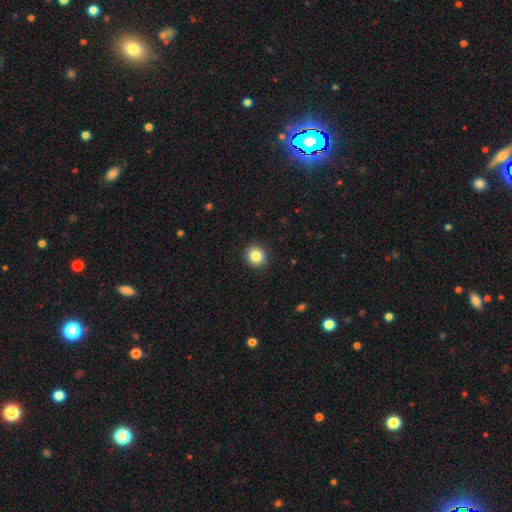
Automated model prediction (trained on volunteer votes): smooth 86%, star or artifact 9%, featured or disk 5%. Down the decision tree: how rounded — round (88%); merging — none (92%).